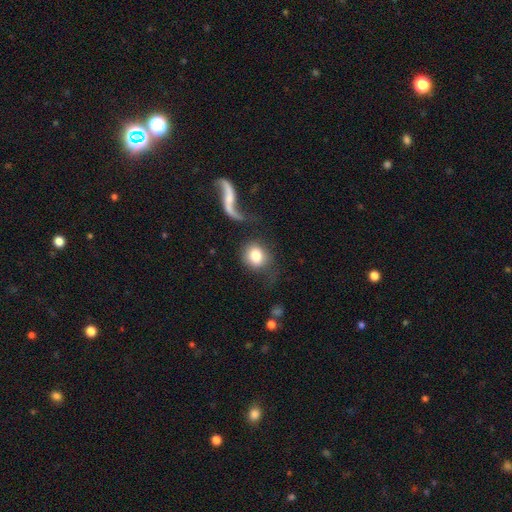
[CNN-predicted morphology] Overall: smooth (78%). How rounded: round (70%). Merging: none (56%; major disturbance 19%).